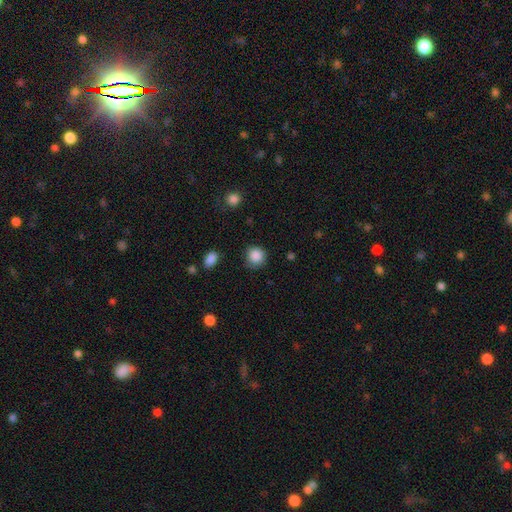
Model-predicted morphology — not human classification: A smooth galaxy with no disk features (88%) that is round (90%). Merging: none (81%).